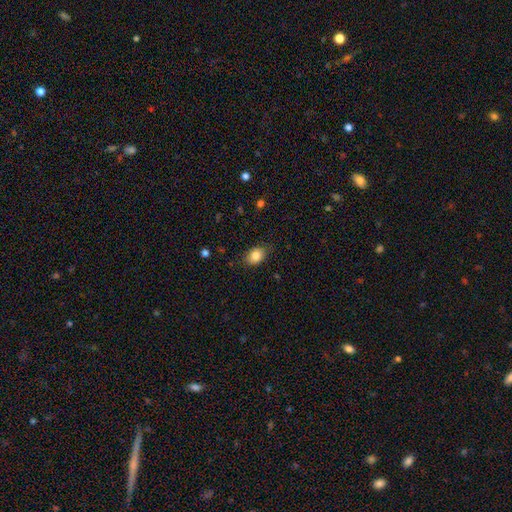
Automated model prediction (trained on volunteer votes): Smooth or featured? smooth (84%)
How rounded? in between (75%)
Merging? none (80%)